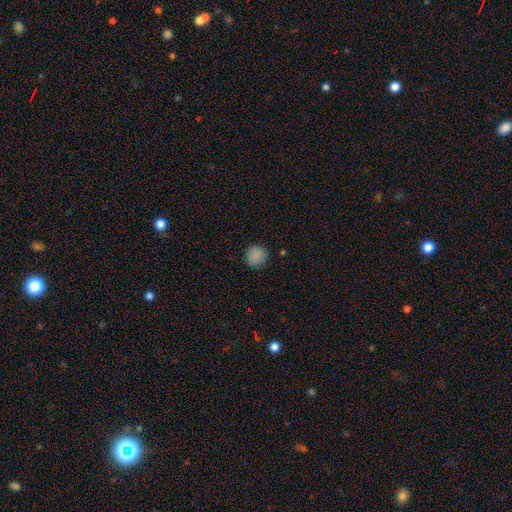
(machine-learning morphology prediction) A smooth galaxy with no disk features (86%) that is round (93%). Merging: none (89%).